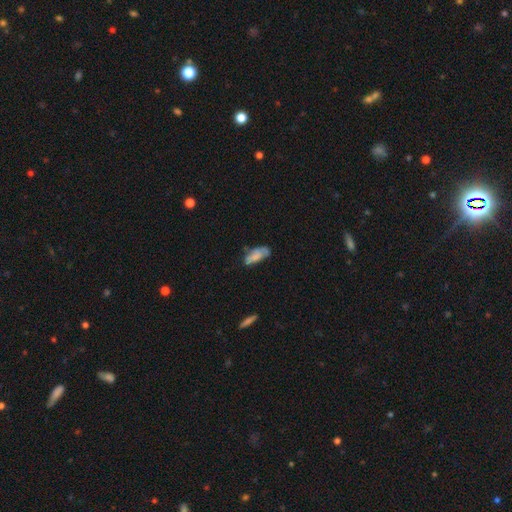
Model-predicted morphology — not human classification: A smooth galaxy with no disk features (64%) that is in between round and cigar-shaped (80%). Merging: none (43%).